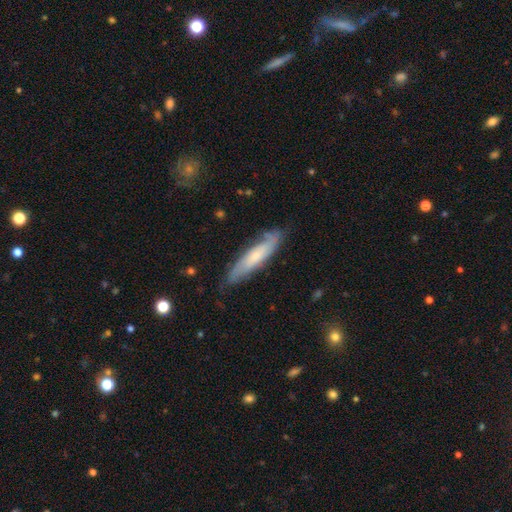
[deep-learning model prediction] Overall: featured or disk (51%; smooth 43%). Edge-on disk: no (51%; yes 49%). Merging: none (77%).